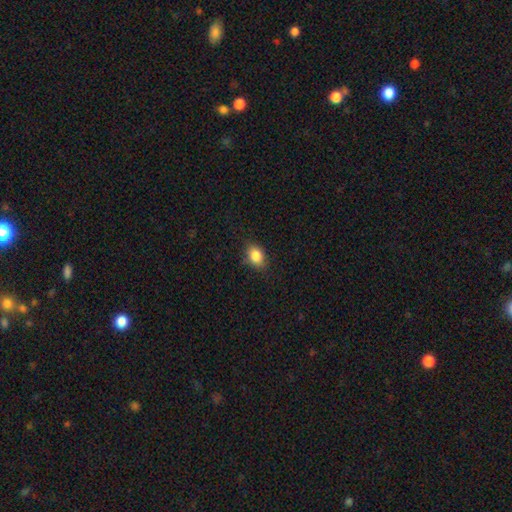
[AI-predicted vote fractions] The model was most divided on "how rounded": in between: 73%, round: 26%, cigar-shaped: 2%. More confident: smooth or featured — smooth (85%); merging — none (80%).